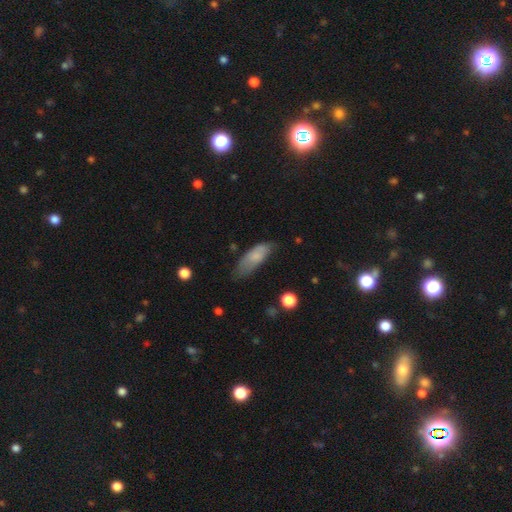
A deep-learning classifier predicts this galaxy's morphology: Q: Smooth or featured?
A: smooth (78%); runner-up: featured or disk (16%)
Q: How rounded?
A: in between (70%); runner-up: cigar-shaped (28%)
Q: Merging?
A: none (55%); runner-up: minor disturbance (33%)